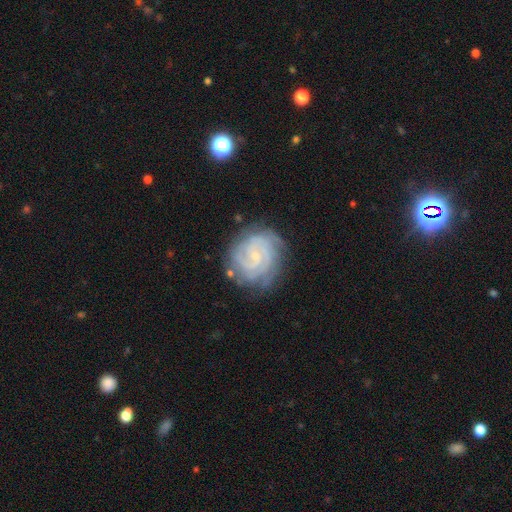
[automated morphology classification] A featured or disk galaxy (85%) with no bar (59%), tight (77%) spiral arms (97%) and a small central bulge (80%).

Vote fractions:
- Smooth or featured? featured or disk: 85% / smooth: 8% / star or artifact: 7%
- Edge-on disk? no: 98% / yes: 2%
- Bar? no: 59% / weak: 34% / strong: 7%
- Spiral arms? yes: 97% / no: 3%
- Spiral winding? tight: 77% / medium: 20% / loose: 3%
- Spiral arm count? can't tell: 25% / 3: 24% / 2: 22% / 4: 17% / more than 4: 7% / 1: 6%
- Bulge size? small: 80% / moderate: 11% / none: 8% / large: 1% / dominant: 1%
- Merging? none: 76% / minor disturbance: 16% / major disturbance: 5% / merger: 2%